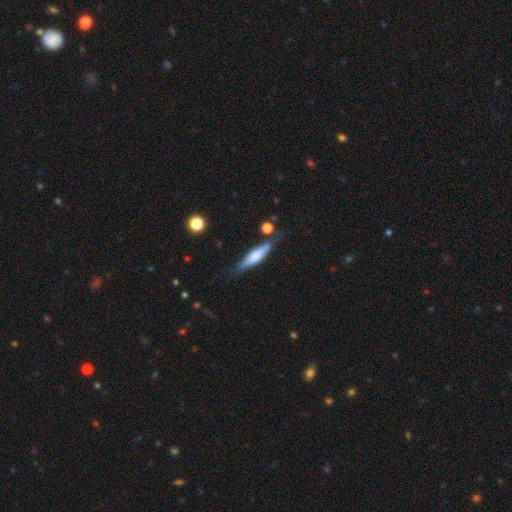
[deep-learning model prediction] Smooth or featured: smooth — 53% (featured or disk — 41%)
How rounded: cigar-shaped — 78% (in between — 20%)
Merging: none — 73% (minor disturbance — 17%)